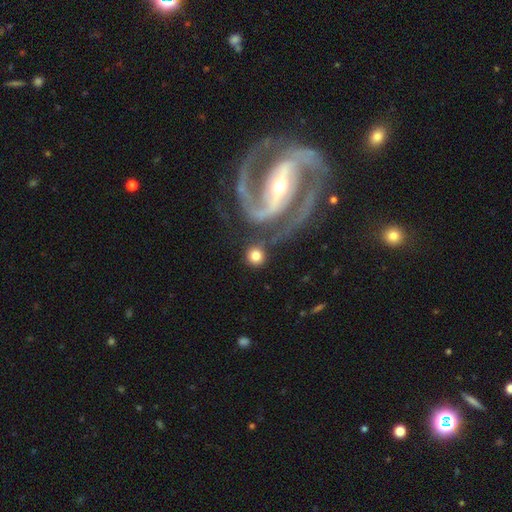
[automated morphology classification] Smooth or featured? Predicted: smooth (p=0.74). How rounded? Predicted: round (p=0.92). Merging? Predicted: none (p=0.69).